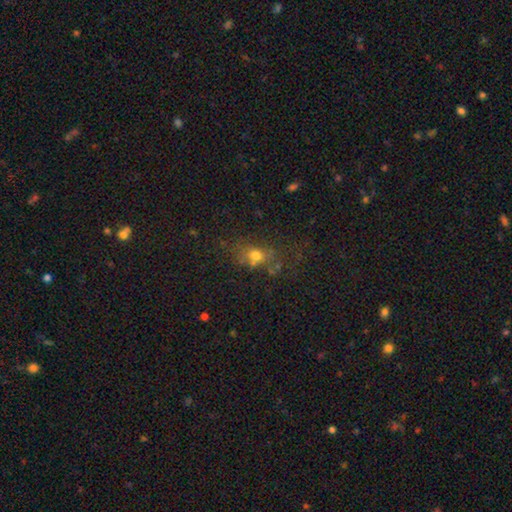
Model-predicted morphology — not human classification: smooth-or-featured: smooth: 64% | star or artifact: 20% | featured or disk: 15%
  how-rounded: in between: 51% | round: 45% | cigar-shaped: 4%
  merging: none: 54% | minor disturbance: 20% | major disturbance: 16% | merger: 10%